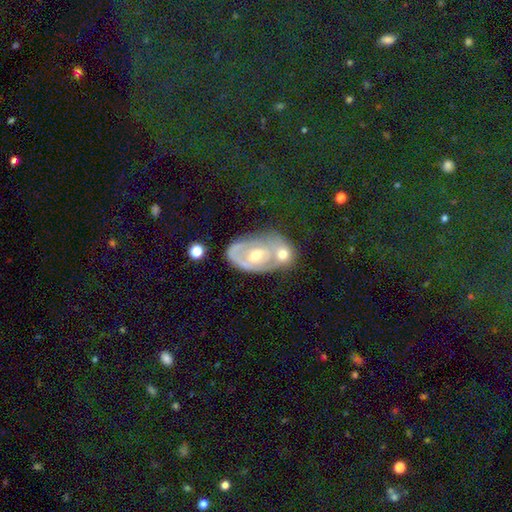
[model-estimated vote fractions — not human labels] A featured or disk galaxy (63%) with no bar (76%), no spiral arms (53%) and a moderate central bulge (64%). Merging: merger (49%).